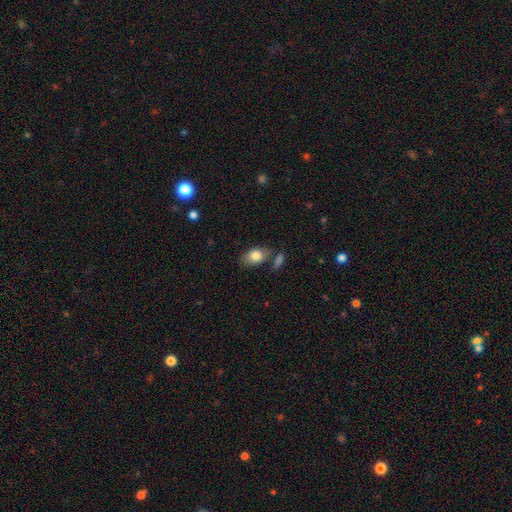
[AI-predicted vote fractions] Morphology: type=smooth (80%); roundness=in between (88%); merging=none (68%).